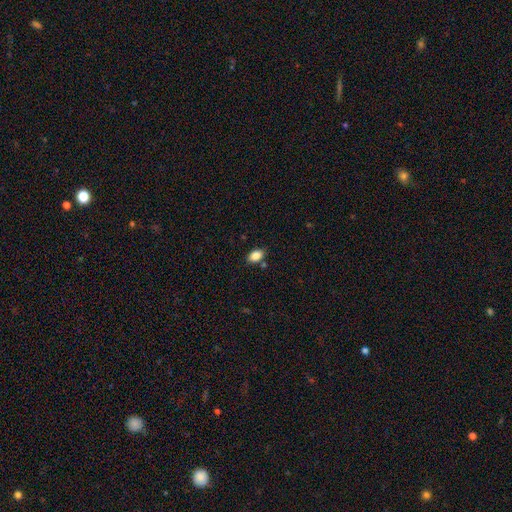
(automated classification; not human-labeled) This appears to be a smooth galaxy with no disk features (87%) that is in between round and cigar-shaped (88%). Merging: none (81%).